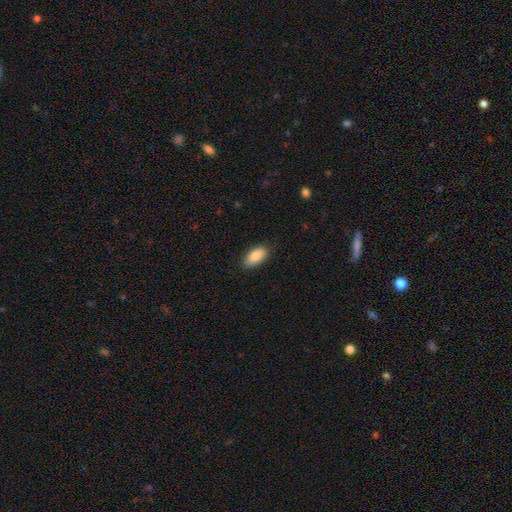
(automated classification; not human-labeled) The model was most divided on "merging": none: 84%, minor disturbance: 13%, major disturbance: 2%, merger: 1%. More confident: how rounded — in between (94%); smooth or featured — smooth (87%).